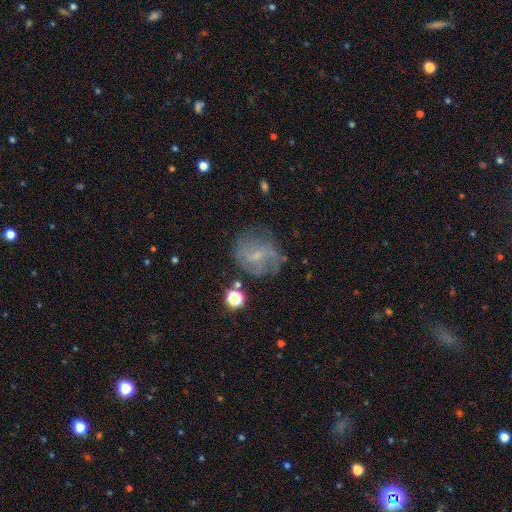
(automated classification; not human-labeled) featured or disk 49%, smooth 38%, star or artifact 13%. Down the decision tree: merging — none (62%).